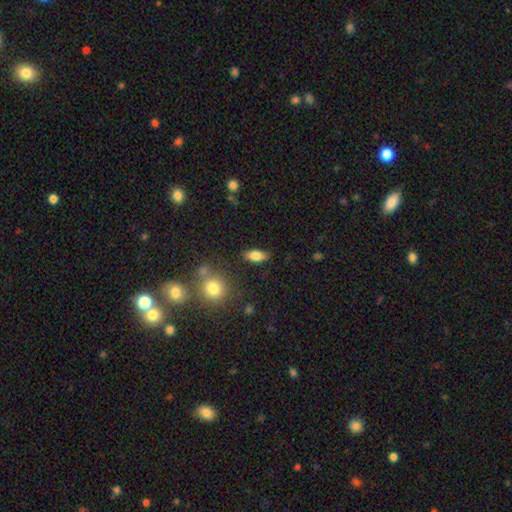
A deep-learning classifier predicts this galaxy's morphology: Smooth or featured: smooth — 80% (featured or disk — 12%)
How rounded: in between — 84% (cigar-shaped — 12%)
Merging: none — 85% (minor disturbance — 10%)